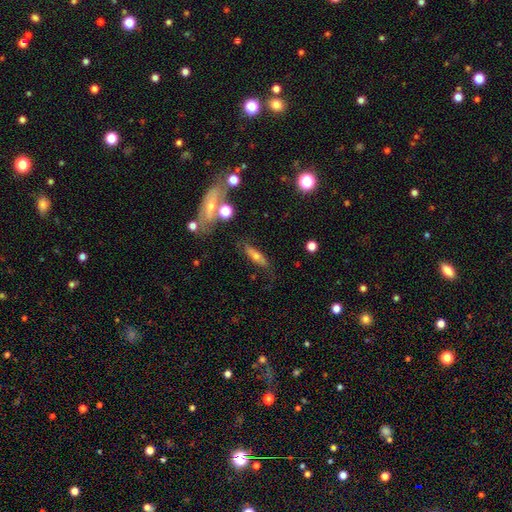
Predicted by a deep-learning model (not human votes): This appears to be a smooth galaxy with no disk features (45%). Merging: none (65%).